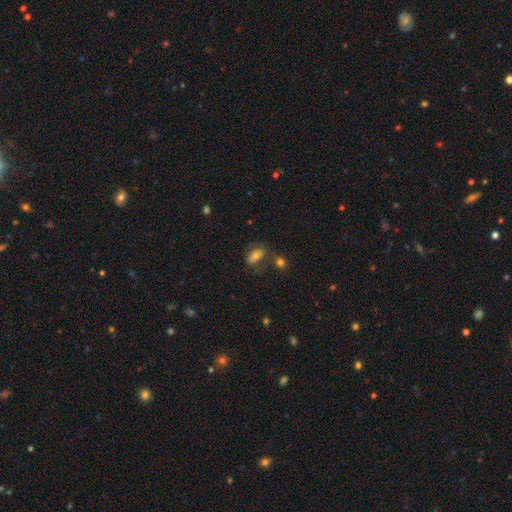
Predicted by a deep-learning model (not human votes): This appears to be a smooth galaxy with no disk features (68%) that is in between round and cigar-shaped (85%). Merging: none (58%).